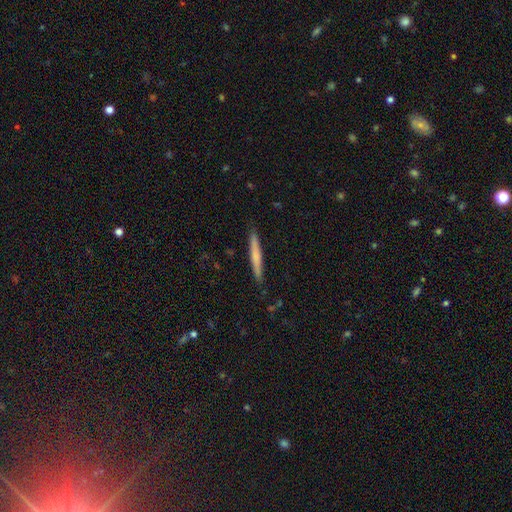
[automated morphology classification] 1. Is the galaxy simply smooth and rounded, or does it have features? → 56% smooth, 38% featured or disk, 6% star or artifact.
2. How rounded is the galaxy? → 96% cigar-shaped, 2% in between, 1% round.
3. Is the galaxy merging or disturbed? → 89% none, 8% minor disturbance, 1% major disturbance, 1% merger.